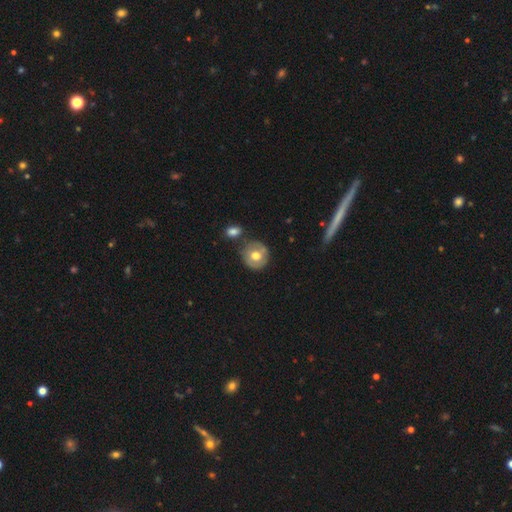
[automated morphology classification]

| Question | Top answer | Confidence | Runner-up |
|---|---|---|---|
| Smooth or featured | smooth | 55% | featured or disk (38%) |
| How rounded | round | 86% | in between (13%) |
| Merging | none | 66% | minor disturbance (17%) |